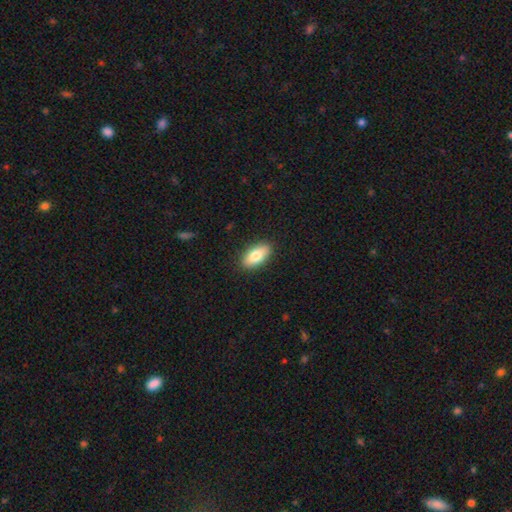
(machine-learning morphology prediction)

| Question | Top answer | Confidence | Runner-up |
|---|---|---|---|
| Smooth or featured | smooth | 79% | featured or disk (14%) |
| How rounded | in between | 90% | cigar-shaped (7%) |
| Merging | none | 89% | minor disturbance (8%) |